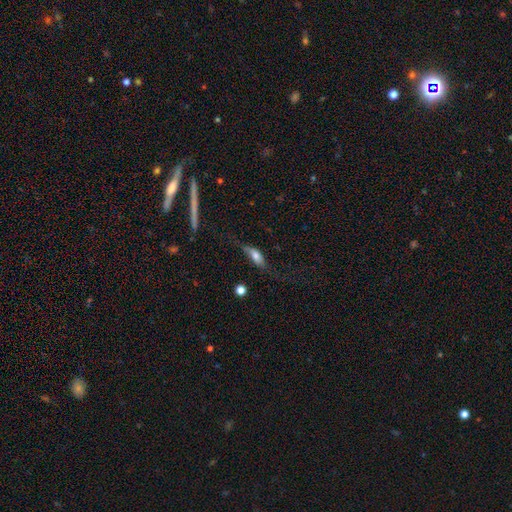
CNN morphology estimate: This appears to be a smooth galaxy with no disk features (55%) that is in between round and cigar-shaped (63%). Merging: none (44%).